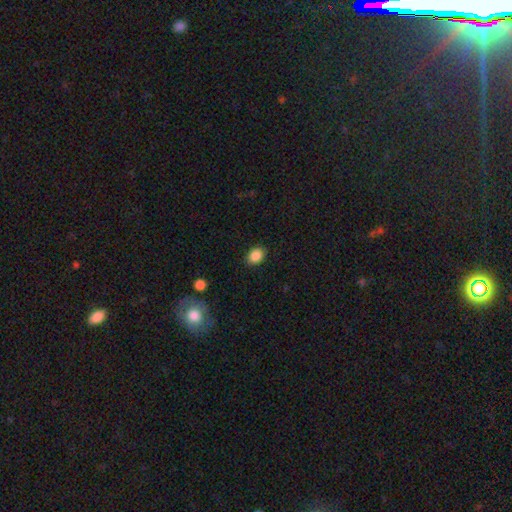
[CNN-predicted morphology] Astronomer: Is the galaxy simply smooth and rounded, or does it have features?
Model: smooth — 88%.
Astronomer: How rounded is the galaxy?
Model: in between — 65%.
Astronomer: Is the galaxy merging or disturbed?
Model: none — 88%.